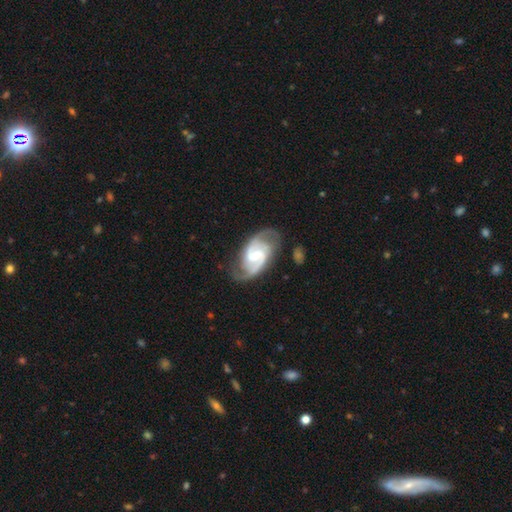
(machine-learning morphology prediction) type=featured or disk (91%); edge-on=no (97%); bar=weak (54%); spiral arms=yes (98%); winding=medium (55%); arm count=2 (85%); bulge=small (49%); merging=none (72%).